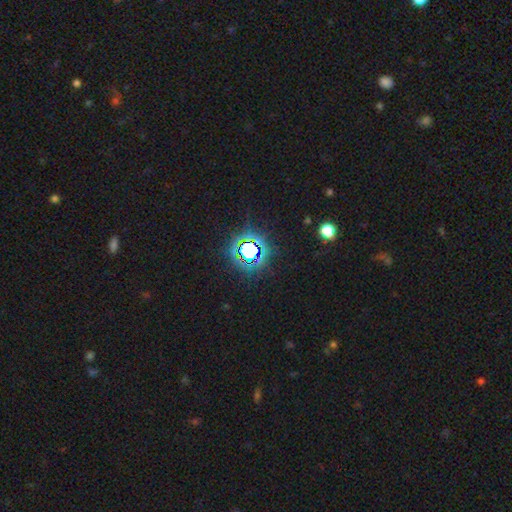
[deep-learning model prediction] smooth-or-featured: star or artifact: 76% | smooth: 15% | featured or disk: 8%